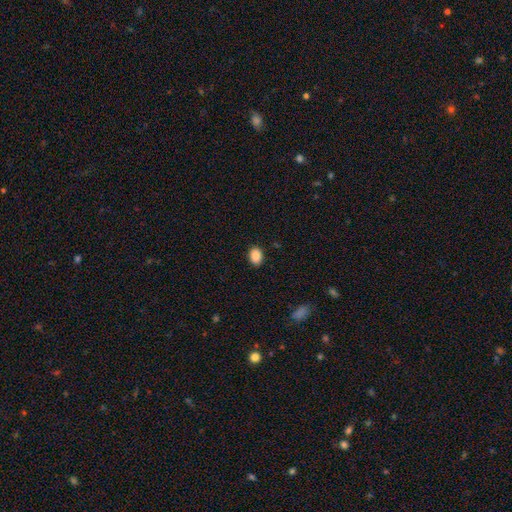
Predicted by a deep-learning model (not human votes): Q: Smooth or featured?
A: smooth (89%); runner-up: star or artifact (8%)
Q: How rounded?
A: in between (72%); runner-up: round (27%)
Q: Merging?
A: none (88%); runner-up: minor disturbance (9%)